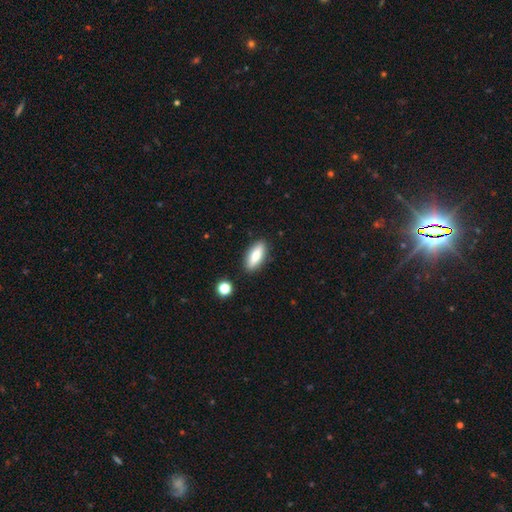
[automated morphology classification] smooth 77%, featured or disk 16%, star or artifact 7%. Down the decision tree: how rounded — in between (65%); merging — none (86%).